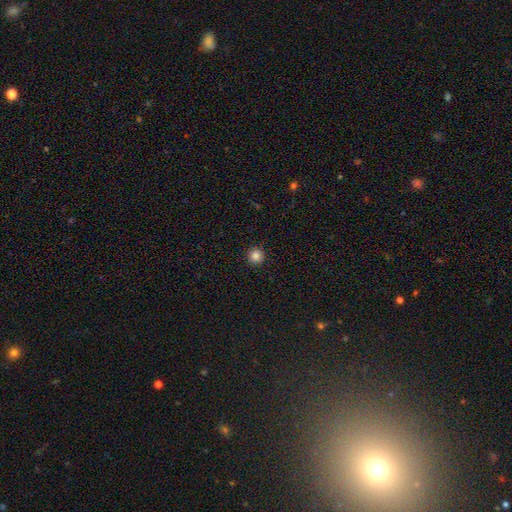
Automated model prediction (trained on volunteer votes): Morphology: type=smooth (84%); roundness=round (95%); merging=none (93%).